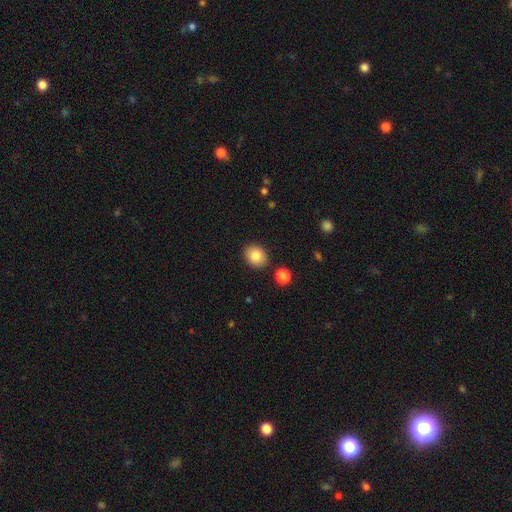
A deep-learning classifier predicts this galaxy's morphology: Smooth or featured? Predicted: smooth (p=0.84). How rounded? Predicted: round (p=0.58). Merging? Predicted: none (p=0.86).